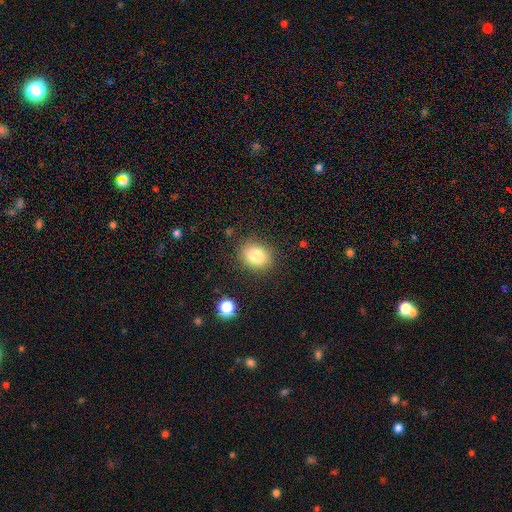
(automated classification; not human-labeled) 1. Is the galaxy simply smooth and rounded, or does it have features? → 81% smooth, 10% star or artifact, 9% featured or disk.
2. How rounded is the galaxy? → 55% round, 44% in between, 1% cigar-shaped.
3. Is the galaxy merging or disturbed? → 85% none, 10% minor disturbance, 3% major disturbance, 2% merger.